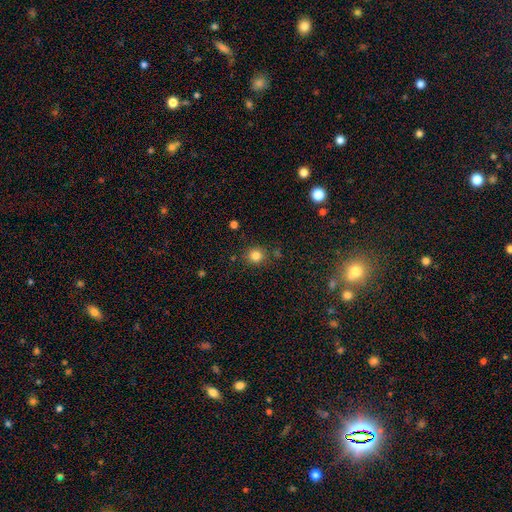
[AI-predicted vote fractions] Smooth or featured? Predicted: smooth (p=0.81). How rounded? Predicted: round (p=0.88). Merging? Predicted: none (p=0.84).